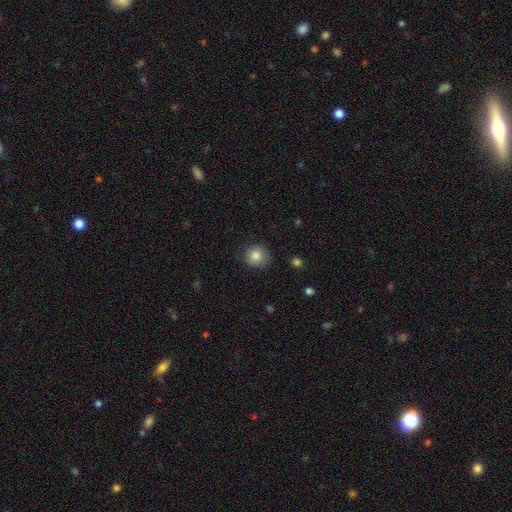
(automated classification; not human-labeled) smooth_or_featured: smooth (p=0.84) [alt: star or artifact p=0.09]
how_rounded: round (p=0.90) [alt: in between p=0.09]
merging: none (p=0.84) [alt: minor disturbance p=0.12]